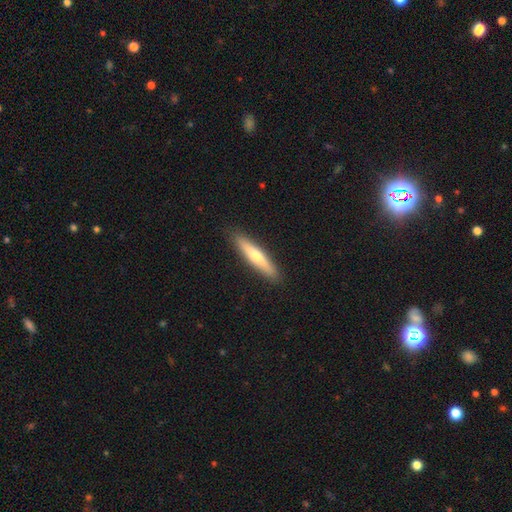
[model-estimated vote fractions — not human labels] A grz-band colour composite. It shows a smooth galaxy with no disk features (54%) that is cigar-shaped (89%). Merging: none (91%).